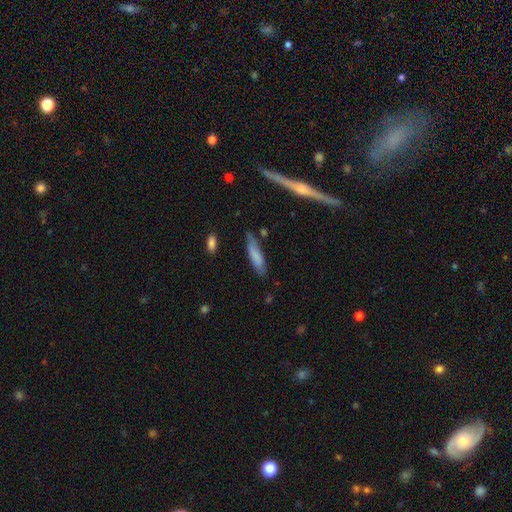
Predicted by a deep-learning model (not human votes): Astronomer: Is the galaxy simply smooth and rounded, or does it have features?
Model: smooth — 72%.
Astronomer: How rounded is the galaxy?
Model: cigar-shaped — 70%.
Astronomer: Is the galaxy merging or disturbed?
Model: none — 71%.